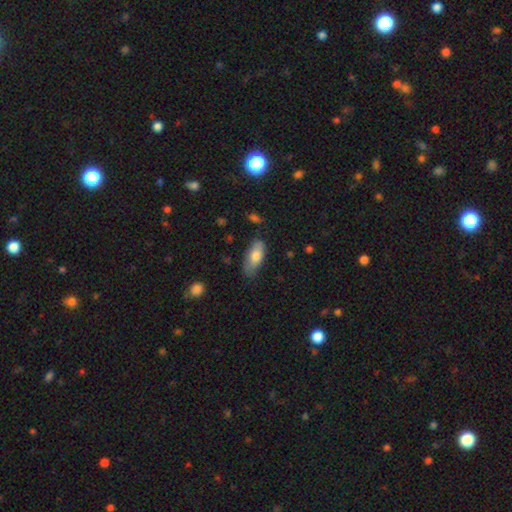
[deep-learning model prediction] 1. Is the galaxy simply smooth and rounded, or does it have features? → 77% smooth, 17% featured or disk, 6% star or artifact.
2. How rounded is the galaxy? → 84% in between, 14% cigar-shaped, 2% round.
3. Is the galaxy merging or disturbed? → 69% none, 24% minor disturbance, 5% major disturbance, 2% merger.